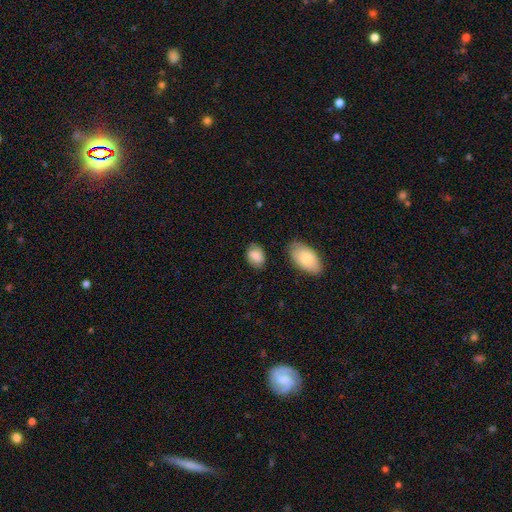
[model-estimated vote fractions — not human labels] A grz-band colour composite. It shows a smooth galaxy with no disk features (78%) that is in between round and cigar-shaped (78%). Merging: none (71%).